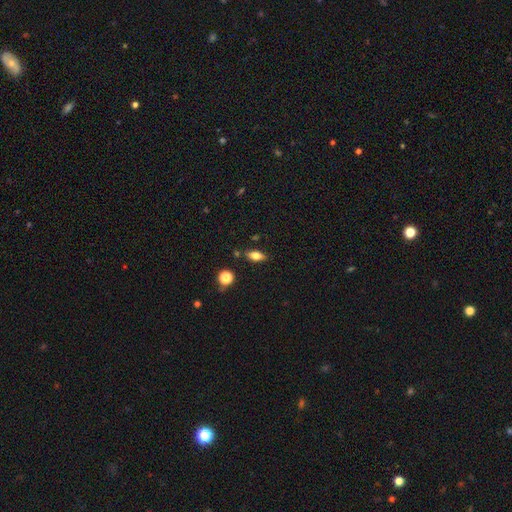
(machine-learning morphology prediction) Q: Smooth or featured?
A: smooth (73%); runner-up: featured or disk (17%)
Q: How rounded?
A: in between (83%); runner-up: cigar-shaped (11%)
Q: Merging?
A: none (81%); runner-up: minor disturbance (12%)